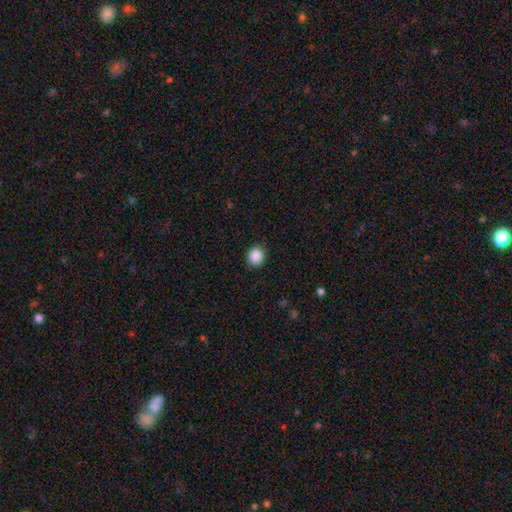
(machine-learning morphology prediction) Smooth or featured? Predicted: smooth (p=0.89). How rounded? Predicted: round (p=0.86). Merging? Predicted: none (p=0.89).